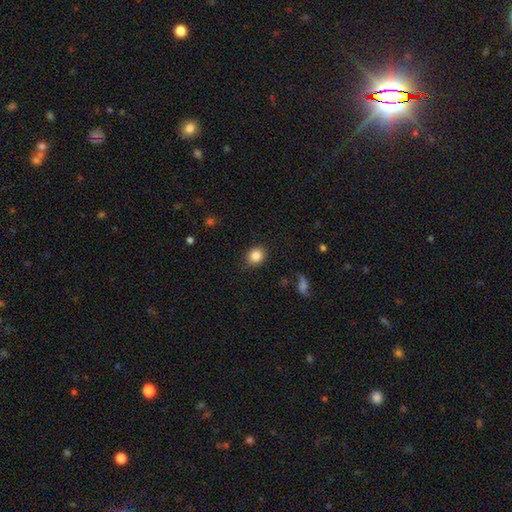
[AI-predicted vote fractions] Morphology: type=smooth (85%); roundness=round (66%); merging=none (85%).